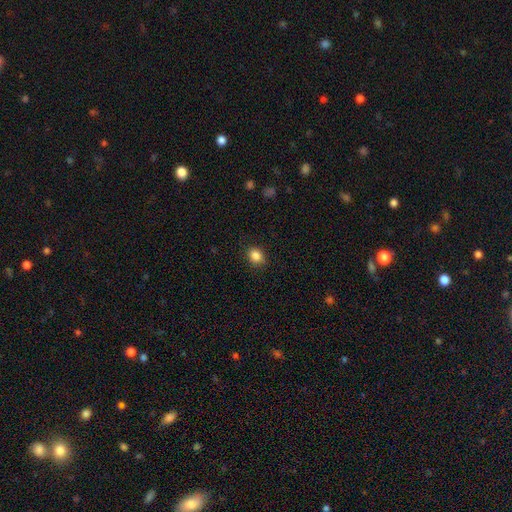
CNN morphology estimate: smooth_or_featured: smooth (p=0.86) [alt: star or artifact p=0.10]
how_rounded: round (p=0.57) [alt: in between p=0.42]
merging: none (p=0.88) [alt: minor disturbance p=0.08]